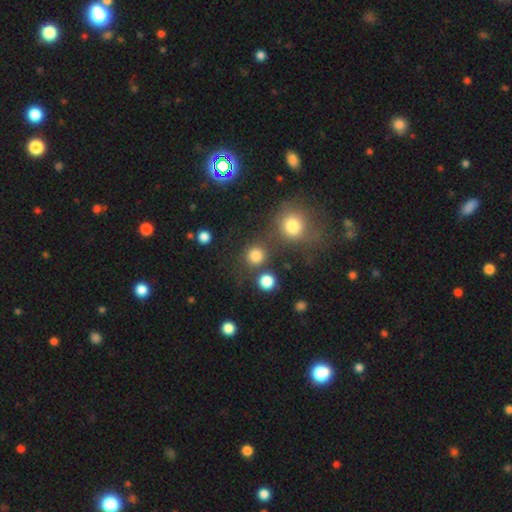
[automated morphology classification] Q: Smooth or featured?
A: smooth (81%); runner-up: star or artifact (14%)
Q: How rounded?
A: round (92%); runner-up: in between (7%)
Q: Merging?
A: none (76%); runner-up: merger (12%)